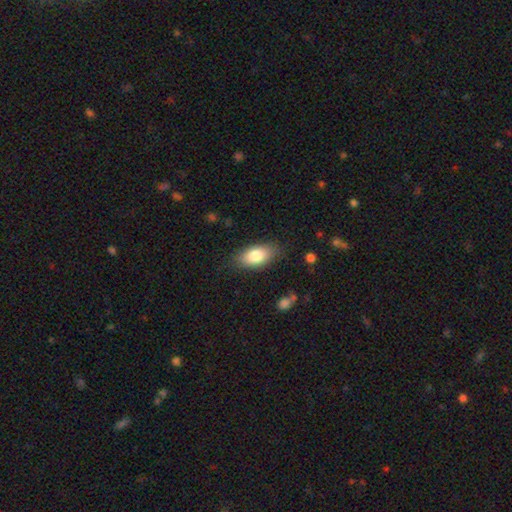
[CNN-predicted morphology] Smooth or featured? Predicted: smooth (p=0.82). How rounded? Predicted: in between (p=0.91). Merging? Predicted: none (p=0.82).